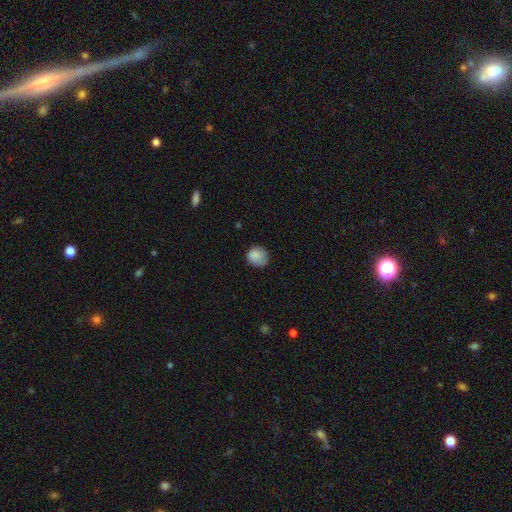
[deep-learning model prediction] smooth-or-featured: smooth: 86% | star or artifact: 8% | featured or disk: 6%
  how-rounded: round: 81% | in between: 18% | cigar-shaped: 1%
  merging: none: 73% | minor disturbance: 21% | major disturbance: 5% | merger: 1%